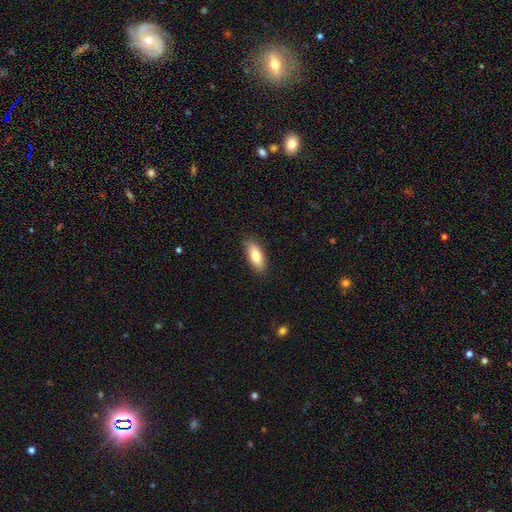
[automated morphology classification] type=smooth (80%); roundness=in between (79%); merging=none (86%).